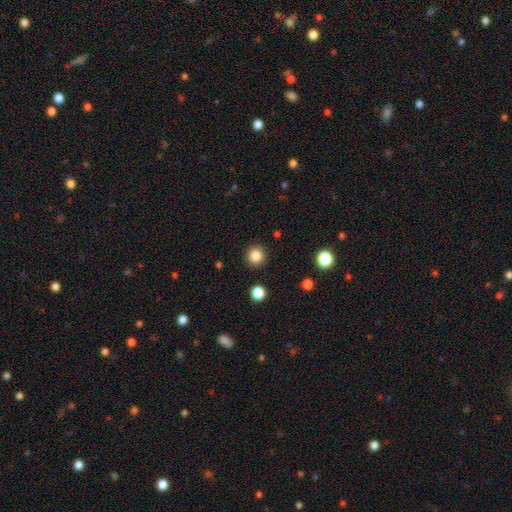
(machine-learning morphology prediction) Smooth or featured?
  - smooth: 85% *
  - star or artifact: 11%
  - featured or disk: 4%
How rounded?
  - round: 95% *
  - in between: 4%
  - cigar-shaped: 1%
Merging?
  - none: 92% *
  - minor disturbance: 5%
  - major disturbance: 2%
  - merger: 1%